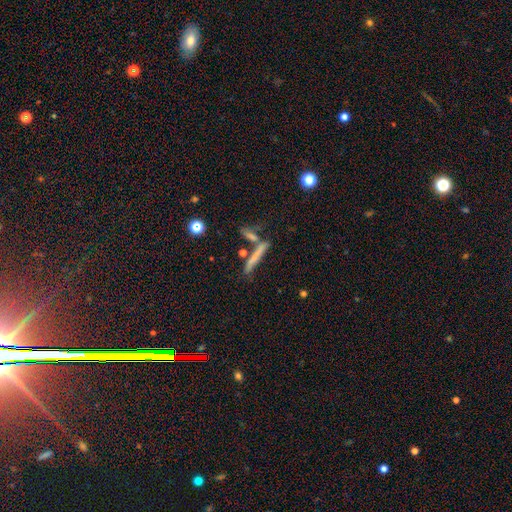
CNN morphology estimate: Smooth or featured: smooth — 59% (featured or disk — 30%)
How rounded: cigar-shaped — 90% (in between — 7%)
Merging: none — 59% (merger — 23%)